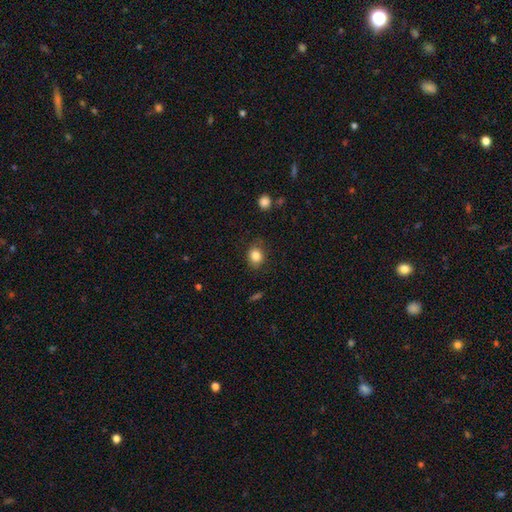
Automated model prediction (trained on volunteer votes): smooth_or_featured: smooth (p=0.84) [alt: star or artifact p=0.10]
how_rounded: round (p=0.61) [alt: in between p=0.38]
merging: none (p=0.80) [alt: minor disturbance p=0.14]